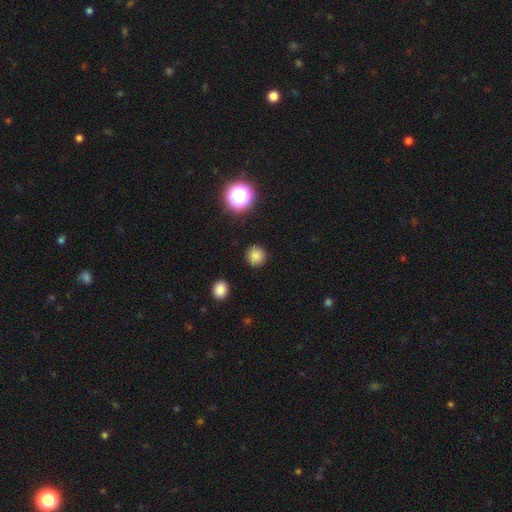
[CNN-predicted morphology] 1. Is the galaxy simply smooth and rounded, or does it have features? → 82% smooth, 14% star or artifact, 4% featured or disk.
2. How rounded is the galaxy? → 93% round, 6% in between, 1% cigar-shaped.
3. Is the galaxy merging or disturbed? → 90% none, 6% minor disturbance, 2% major disturbance, 1% merger.